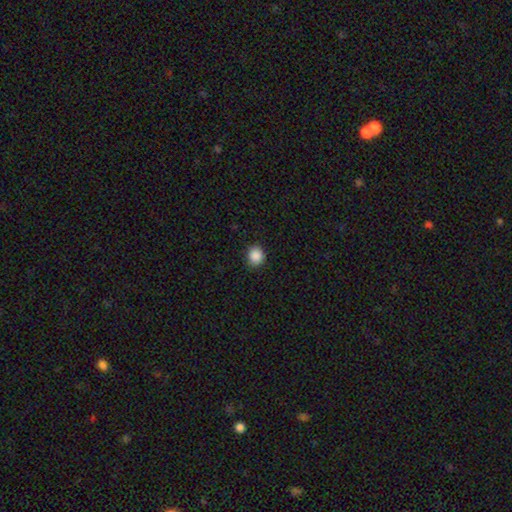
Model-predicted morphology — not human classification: This is clearly a smooth galaxy (88%). How rounded: likely round (79%). Merging: clearly none (88%).